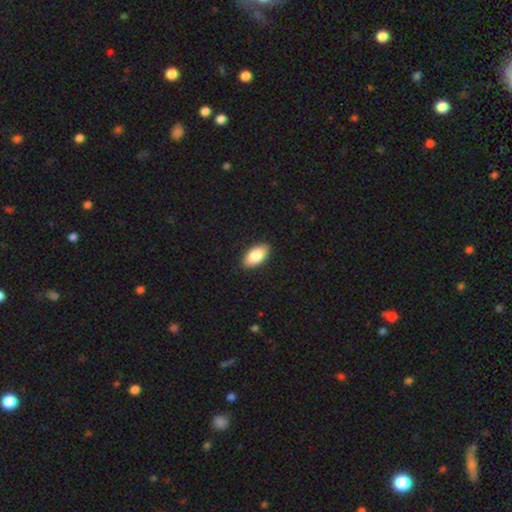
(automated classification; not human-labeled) Q: Smooth or featured?
A: smooth (84%); runner-up: featured or disk (10%)
Q: How rounded?
A: in between (94%); runner-up: cigar-shaped (3%)
Q: Merging?
A: none (89%); runner-up: minor disturbance (8%)